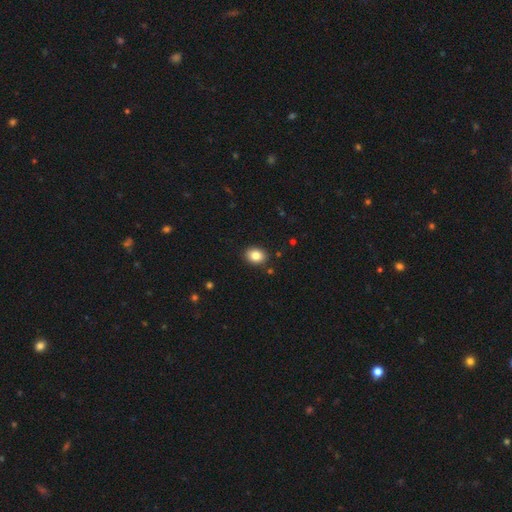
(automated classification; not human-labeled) Q: Smooth or featured?
A: smooth (84%); runner-up: star or artifact (9%)
Q: How rounded?
A: in between (67%); runner-up: round (32%)
Q: Merging?
A: none (89%); runner-up: minor disturbance (8%)